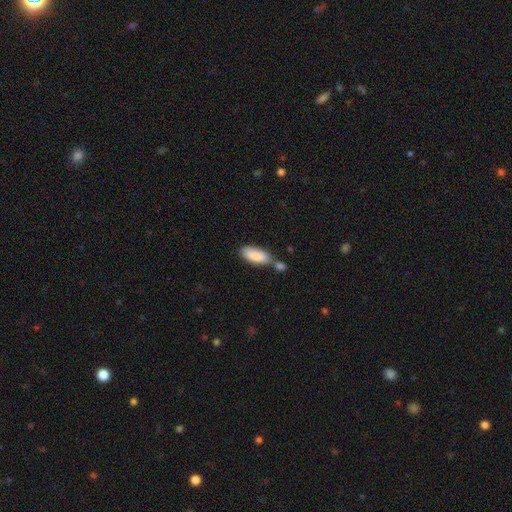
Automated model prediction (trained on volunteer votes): Q: Smooth or featured?
A: smooth (87%); runner-up: featured or disk (7%)
Q: How rounded?
A: in between (77%); runner-up: cigar-shaped (21%)
Q: Merging?
A: none (45%); runner-up: merger (33%)